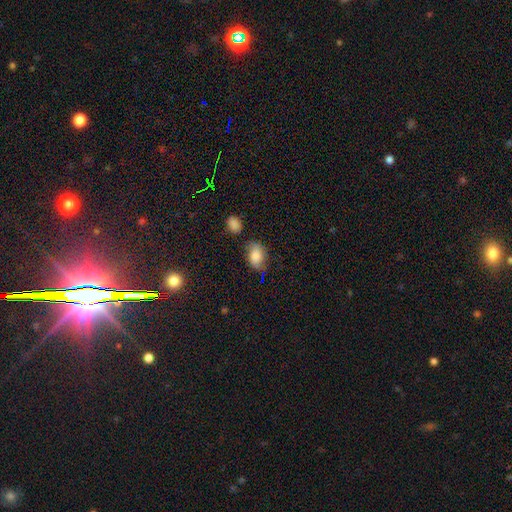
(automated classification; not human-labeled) smooth 81%, featured or disk 11%, star or artifact 9%. Down the decision tree: how rounded — in between (81%); merging — none (63%).